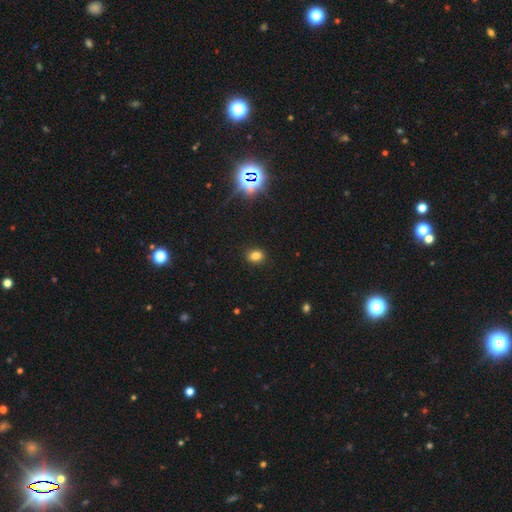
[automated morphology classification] Smooth or featured? smooth (78%)
How rounded? in between (57%)
Merging? none (89%)